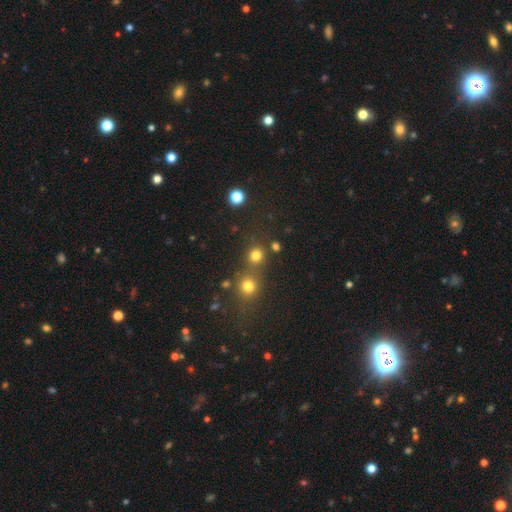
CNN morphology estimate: smooth_or_featured: smooth (p=0.78) [alt: star or artifact p=0.17]
how_rounded: round (p=0.89) [alt: in between p=0.10]
merging: none (p=0.69) [alt: merger p=0.21]